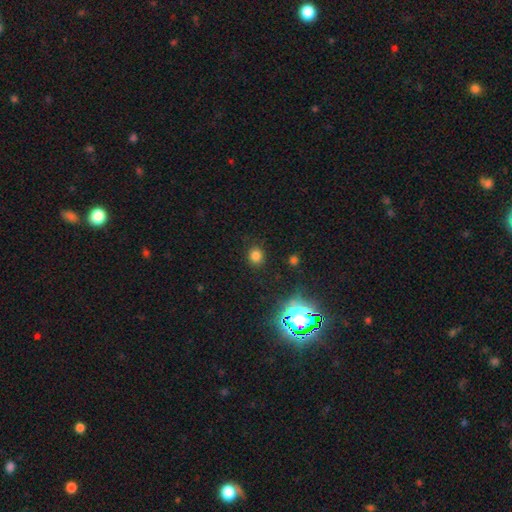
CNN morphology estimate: A smooth galaxy with no disk features (76%) that is round (81%). Merging: none (87%).